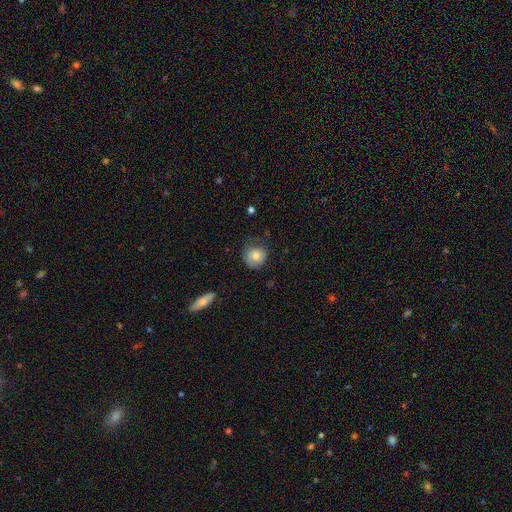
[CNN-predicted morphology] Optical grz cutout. It shows a smooth galaxy with no disk features (78%) that is round (85%). Merging: none (62%).